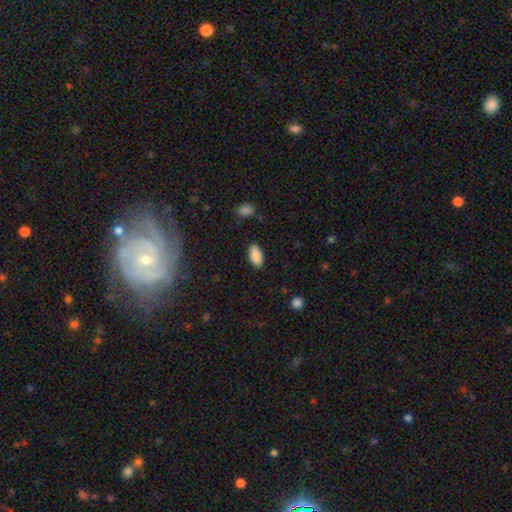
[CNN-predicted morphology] This is clearly a smooth galaxy (89%). How rounded: clearly in between (92%). Merging: clearly none (86%).